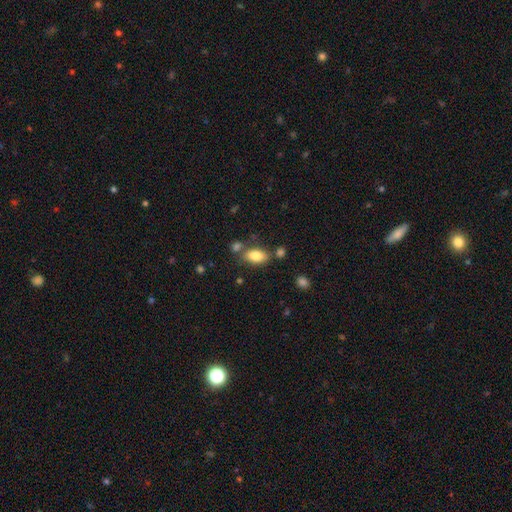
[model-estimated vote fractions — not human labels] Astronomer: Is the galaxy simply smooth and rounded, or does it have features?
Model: smooth — 83%.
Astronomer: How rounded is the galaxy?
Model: in between — 90%.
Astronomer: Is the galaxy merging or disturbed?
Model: none — 67%.